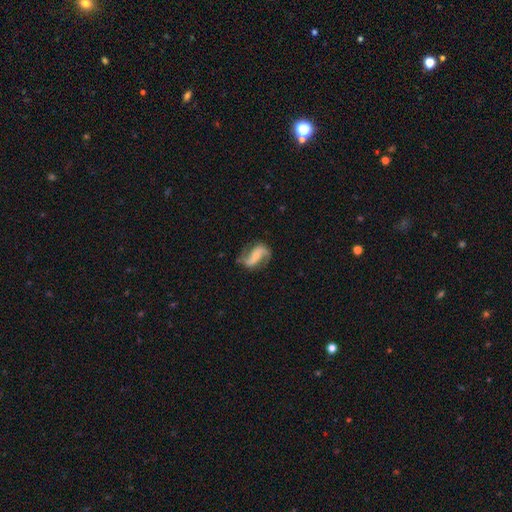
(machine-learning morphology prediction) A featured or disk galaxy (82%) with a weak bar (36%), 2 (91%) loose (58%) spiral arms (95%) and a small central bulge (50%). Merging: none (71%).